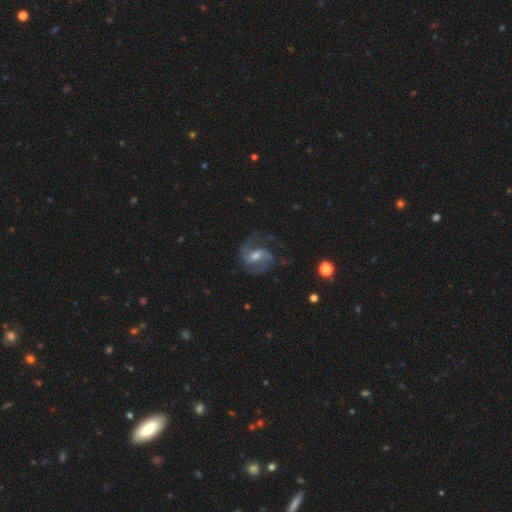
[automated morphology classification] Smooth or featured? featured or disk (86%)
Edge-on disk? no (98%)
Bar? weak (54%)
Spiral arms? yes (97%)
Spiral winding? medium (56%)
Spiral arm count? 2 (72%)
Bulge size? moderate (57%)
Merging? none (62%)